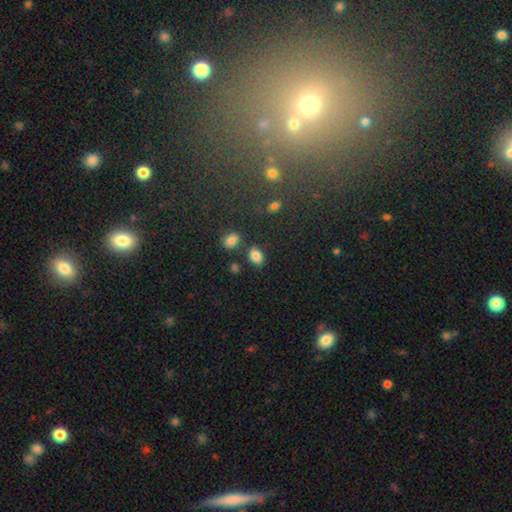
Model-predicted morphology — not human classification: Smooth or featured? Predicted: smooth (p=0.84). How rounded? Predicted: in between (p=0.81). Merging? Predicted: none (p=0.76).